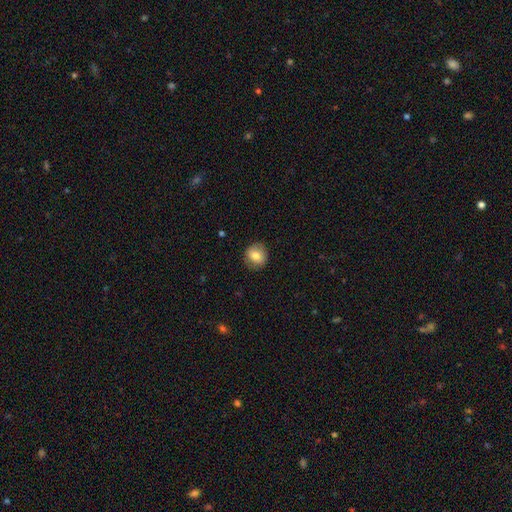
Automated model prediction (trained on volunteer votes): A smooth galaxy with no disk features (77%) that is round (85%). Merging: none (87%).